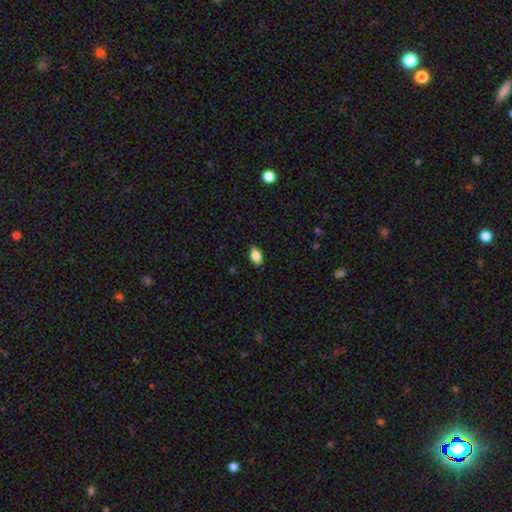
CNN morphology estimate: Smooth or featured? smooth (84%)
How rounded? in between (90%)
Merging? none (88%)